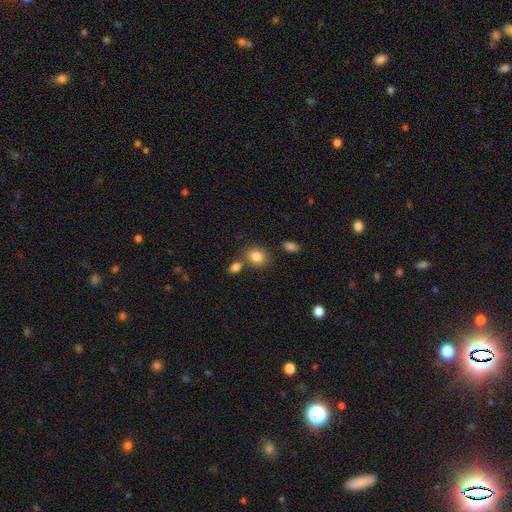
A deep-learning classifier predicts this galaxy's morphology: smooth-or-featured: smooth: 84% | star or artifact: 9% | featured or disk: 7%
  how-rounded: round: 51% | in between: 48% | cigar-shaped: 1%
  merging: none: 65% | merger: 19% | minor disturbance: 12% | major disturbance: 4%